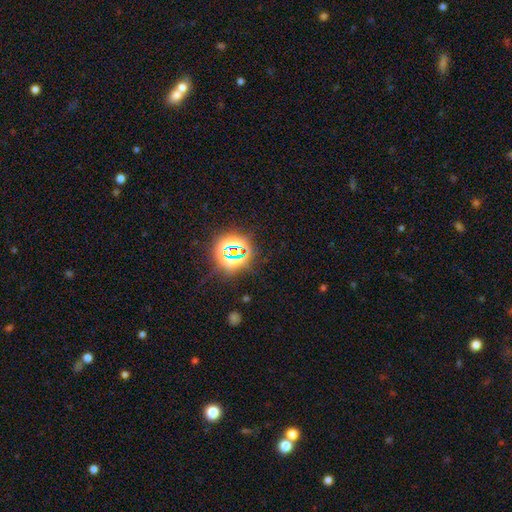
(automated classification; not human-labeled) Smooth or featured? Predicted: star or artifact (p=0.82).